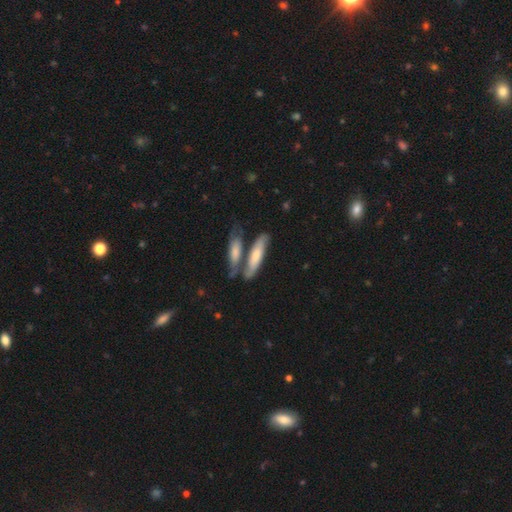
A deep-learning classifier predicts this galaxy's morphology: Q: Smooth or featured?
A: smooth (58%); runner-up: featured or disk (37%)
Q: How rounded?
A: cigar-shaped (68%); runner-up: in between (29%)
Q: Merging?
A: none (45%); runner-up: merger (36%)